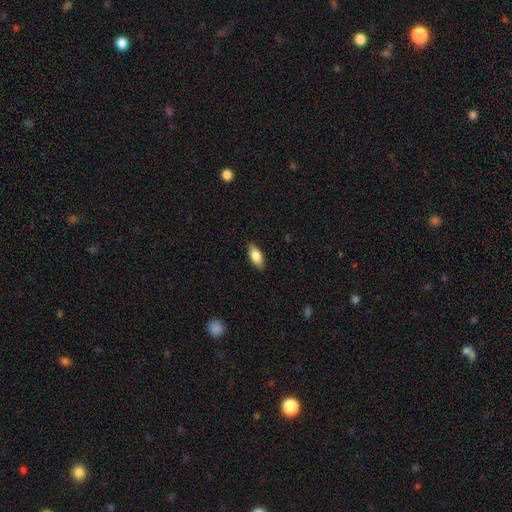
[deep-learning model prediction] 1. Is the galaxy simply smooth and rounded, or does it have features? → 78% smooth, 15% featured or disk, 6% star or artifact.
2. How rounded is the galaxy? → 86% in between, 11% cigar-shaped, 3% round.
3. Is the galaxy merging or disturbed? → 87% none, 10% minor disturbance, 2% major disturbance, 1% merger.